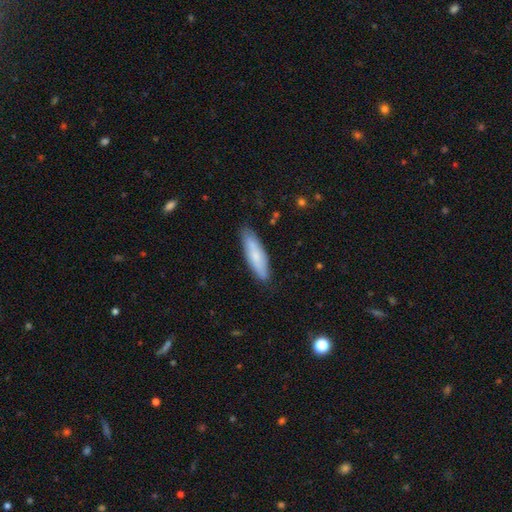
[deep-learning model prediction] Smooth or featured?
  - smooth: 70% *
  - featured or disk: 24%
  - star or artifact: 6%
How rounded?
  - cigar-shaped: 61% *
  - in between: 37%
  - round: 2%
Merging?
  - none: 83% *
  - minor disturbance: 14%
  - major disturbance: 2%
  - merger: 1%